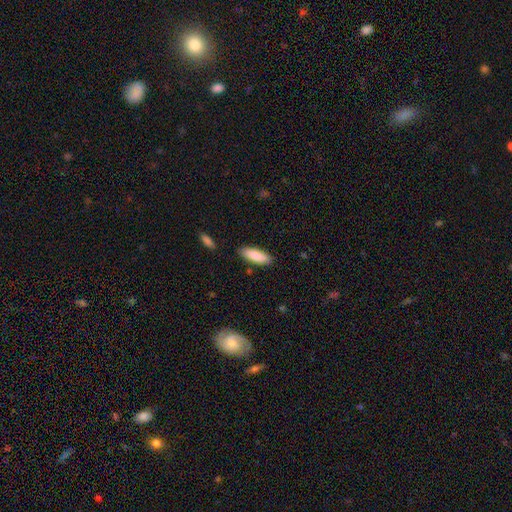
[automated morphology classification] This appears to be a smooth galaxy with no disk features (86%) that is in between round and cigar-shaped (56%). Merging: none (86%).